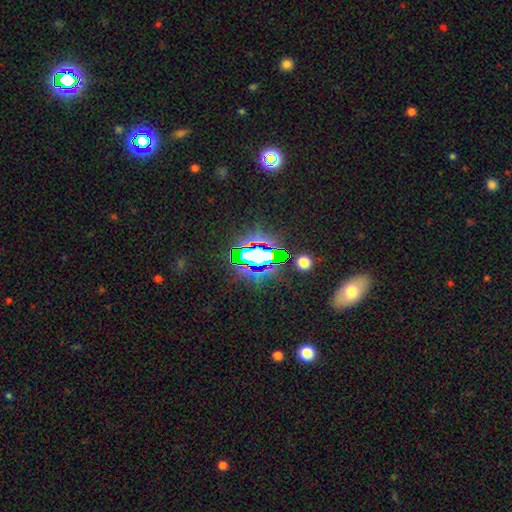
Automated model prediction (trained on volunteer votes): Smooth or featured: star or artifact — 67% (smooth — 20%)